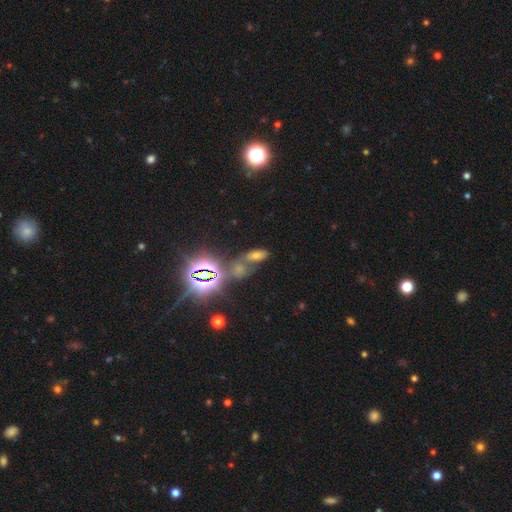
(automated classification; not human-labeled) Q: Smooth or featured?
A: star or artifact (45%); runner-up: smooth (42%)